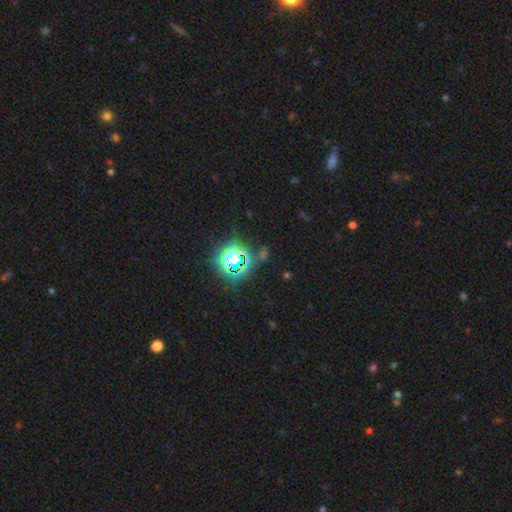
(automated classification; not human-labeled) This appears to be a star or artifact, not a galaxy (77%).